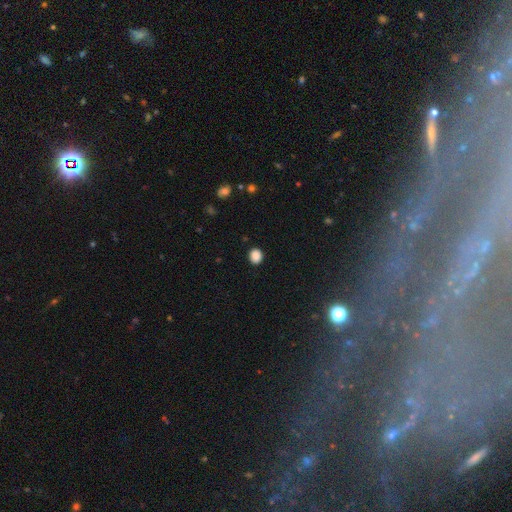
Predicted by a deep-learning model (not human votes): smooth-or-featured: smooth: 88% | star or artifact: 10% | featured or disk: 3%
  how-rounded: round: 63% | in between: 36% | cigar-shaped: 1%
  merging: none: 90% | minor disturbance: 7% | major disturbance: 2% | merger: 1%